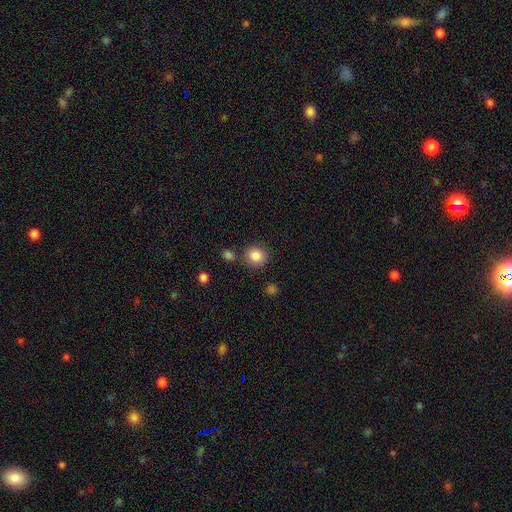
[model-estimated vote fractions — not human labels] Morphology: type=smooth (86%); roundness=round (89%); merging=none (82%).